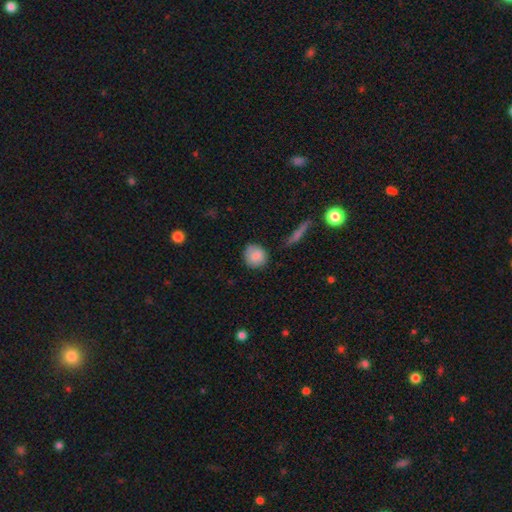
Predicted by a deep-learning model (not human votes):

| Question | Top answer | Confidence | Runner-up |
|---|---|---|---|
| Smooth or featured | smooth | 85% | featured or disk (8%) |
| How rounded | round | 88% | in between (11%) |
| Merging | none | 80% | minor disturbance (15%) |